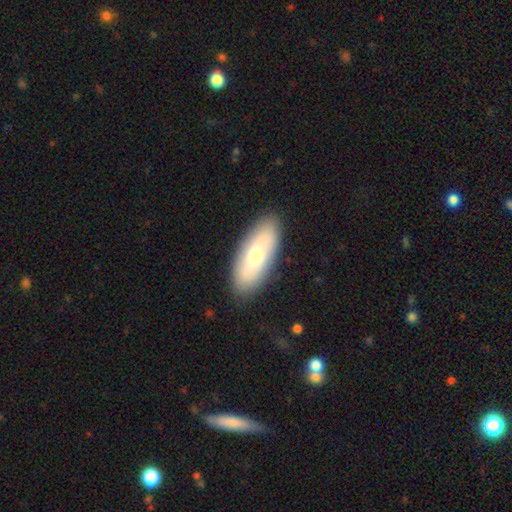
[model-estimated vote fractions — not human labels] A smooth galaxy with no disk features (65%) that is in between round and cigar-shaped (78%).

Vote fractions:
- Smooth or featured? smooth: 65% / featured or disk: 29% / star or artifact: 6%
- How rounded? in between: 78% / cigar-shaped: 19% / round: 3%
- Merging? none: 87% / minor disturbance: 9% / major disturbance: 2% / merger: 1%